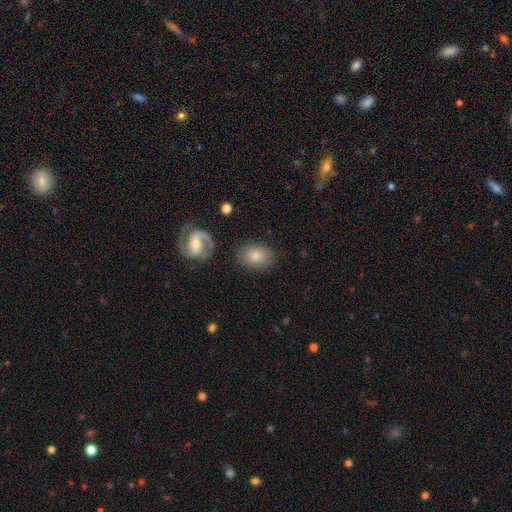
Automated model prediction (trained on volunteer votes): Overall: smooth (66%). How rounded: in between (67%; round 32%). Merging: none (83%).